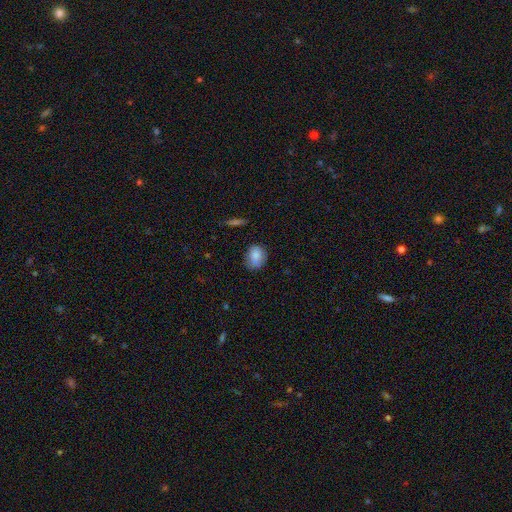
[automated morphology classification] smooth 84%, featured or disk 8%, star or artifact 8%. Down the decision tree: how rounded — round (50%); merging — none (72%).